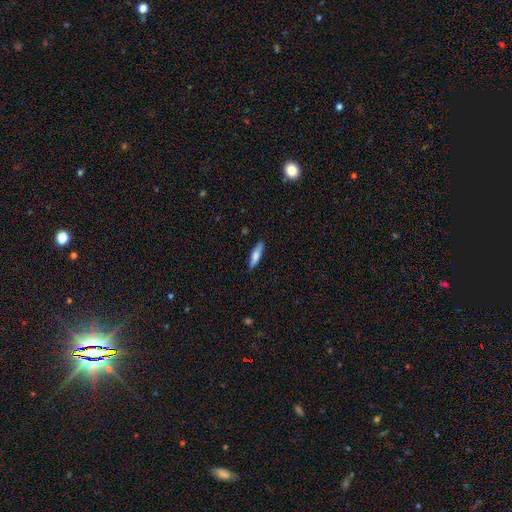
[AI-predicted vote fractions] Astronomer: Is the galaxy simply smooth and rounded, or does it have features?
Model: smooth — 71%.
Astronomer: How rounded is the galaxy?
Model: cigar-shaped — 73%.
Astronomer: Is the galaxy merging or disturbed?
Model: none — 85%.